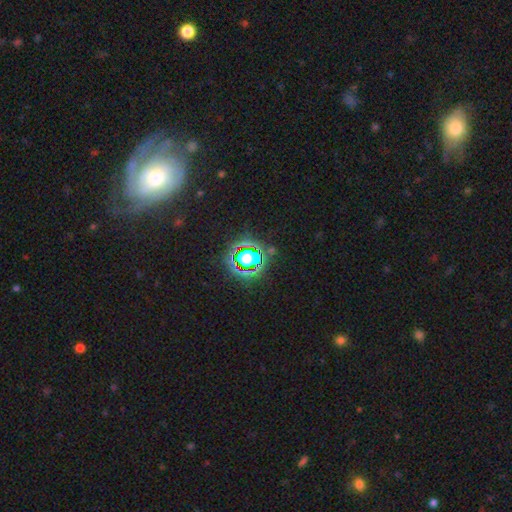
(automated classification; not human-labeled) Smooth or featured? Predicted: star or artifact (p=0.72).